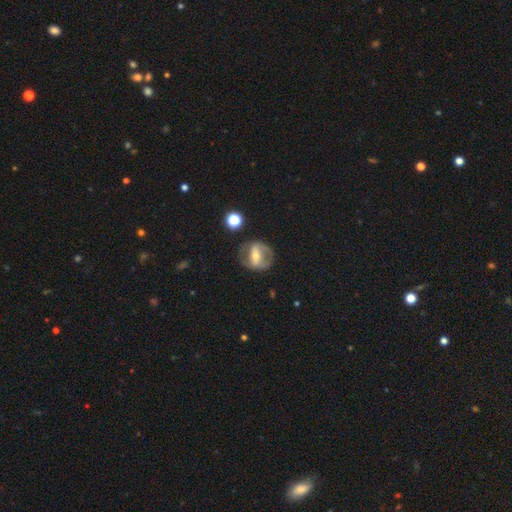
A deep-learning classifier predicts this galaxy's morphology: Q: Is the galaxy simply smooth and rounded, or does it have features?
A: featured or disk — 73%.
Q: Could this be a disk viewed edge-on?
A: no — 93%.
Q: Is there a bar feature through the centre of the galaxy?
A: strong — 59%.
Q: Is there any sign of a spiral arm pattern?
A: yes — 66%.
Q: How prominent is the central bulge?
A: moderate — 53%.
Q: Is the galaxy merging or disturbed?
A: none — 73%.